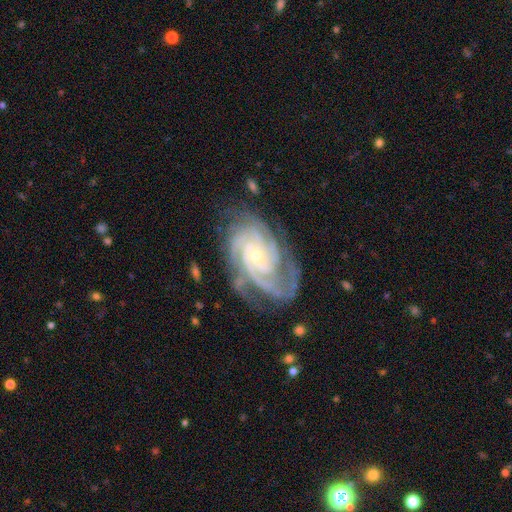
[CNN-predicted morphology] Overall: featured or disk (91%). Edge-on disk: no (97%). Bar: no (68%). Spiral arms: yes (98%). Spiral arm count: 4 (34%; 3 25%). Spiral winding: tight (71%). Bulge size: small (76%). Merging: none (69%).